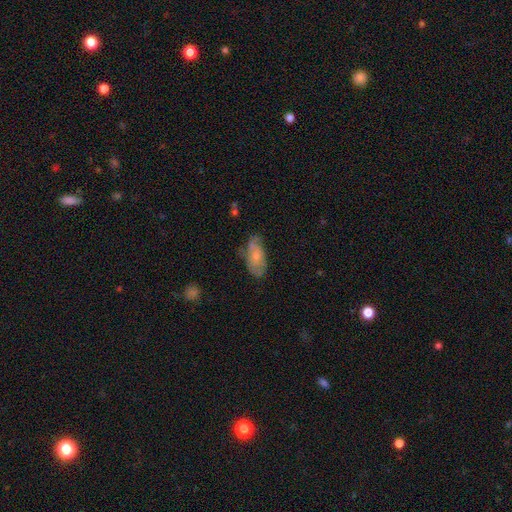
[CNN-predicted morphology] A smooth galaxy with no disk features (54%) that is in between round and cigar-shaped (90%).

Vote fractions:
- Smooth or featured? smooth: 54% / featured or disk: 39% / star or artifact: 7%
- How rounded? in between: 90% / cigar-shaped: 6% / round: 4%
- Merging? none: 55% / minor disturbance: 31% / major disturbance: 11% / merger: 3%